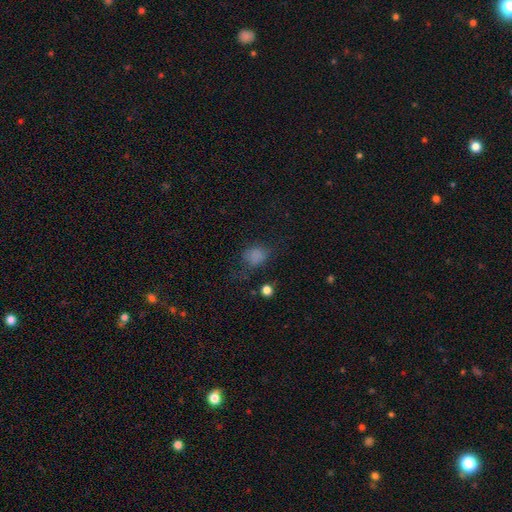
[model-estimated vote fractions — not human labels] Overall: smooth (76%). How rounded: in between (50%; round 49%). Merging: none (54%; minor disturbance 25%).